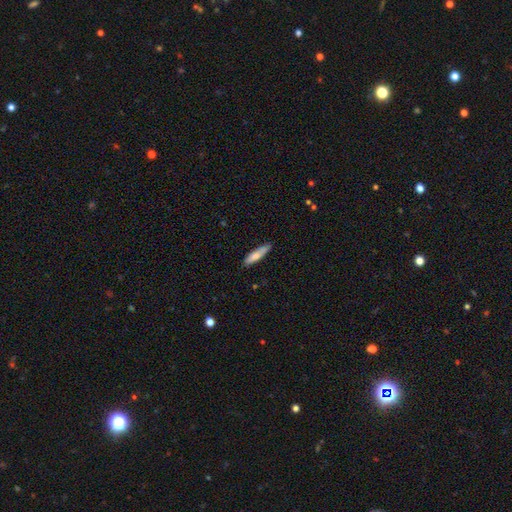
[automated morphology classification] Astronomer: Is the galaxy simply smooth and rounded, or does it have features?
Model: smooth — 72%.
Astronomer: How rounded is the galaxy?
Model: cigar-shaped — 76%.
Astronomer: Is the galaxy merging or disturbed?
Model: none — 80%.